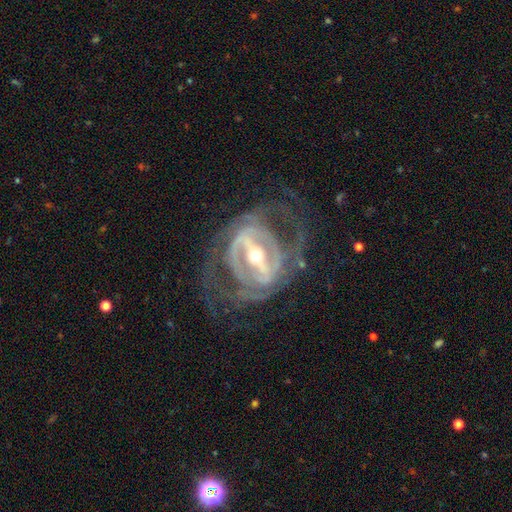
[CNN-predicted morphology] type=featured or disk (90%); edge-on=no (93%); bar=strong (78%); spiral arms=yes (81%); winding=tight (46%); arm count=2 (51%); bulge=moderate (55%); merging=none (59%).